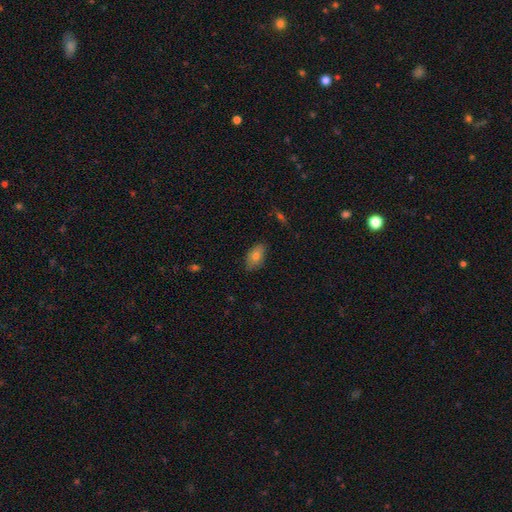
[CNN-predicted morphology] This is likely a smooth galaxy (77%). How rounded: clearly in between (91%). Merging: clearly none (82%).